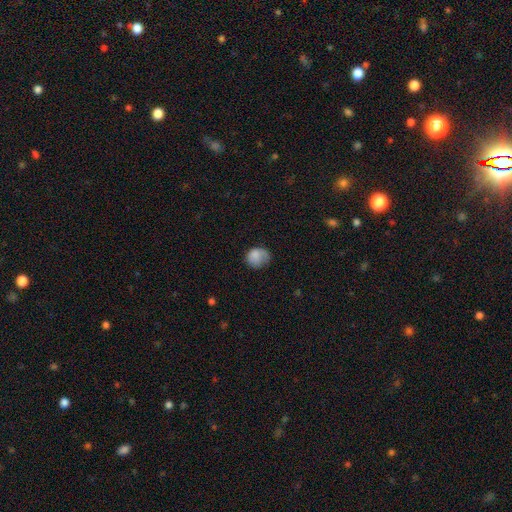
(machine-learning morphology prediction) smooth 79%, featured or disk 13%, star or artifact 8%. Down the decision tree: how rounded — round (63%); merging — none (49%).